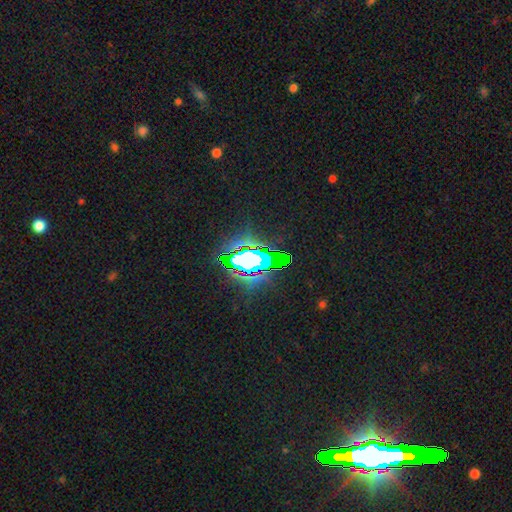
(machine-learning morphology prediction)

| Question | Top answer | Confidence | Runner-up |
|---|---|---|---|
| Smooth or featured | star or artifact | 63% | smooth (19%) |